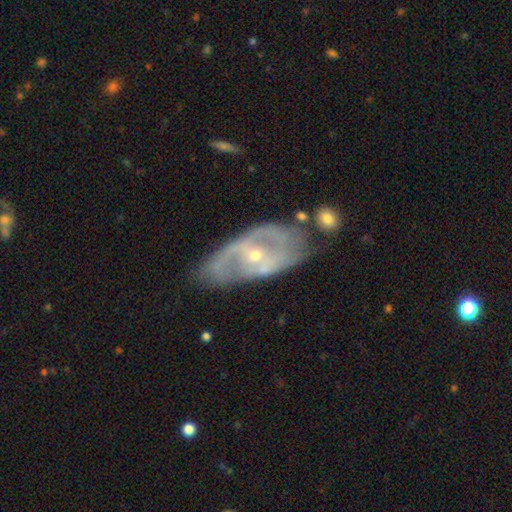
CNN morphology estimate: This is clearly a featured or disk galaxy (80%). It is clearly not viewed edge-on (92%). Bar: possibly no (52%). Spiral arm pattern: likely yes (76%). Spiral arm count: likely 2 (62%). Spiral winding: marginally medium (44%). Central bulge: likely small (66%). Merging: possibly none (58%).